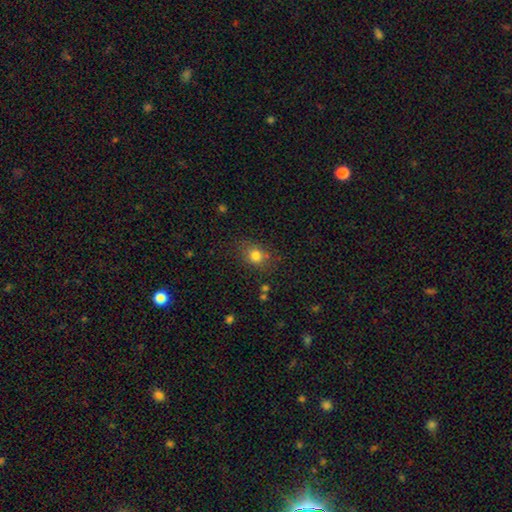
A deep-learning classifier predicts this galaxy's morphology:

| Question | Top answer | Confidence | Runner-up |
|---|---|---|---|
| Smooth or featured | smooth | 79% | star or artifact (13%) |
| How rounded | round | 60% | in between (38%) |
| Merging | none | 75% | minor disturbance (16%) |